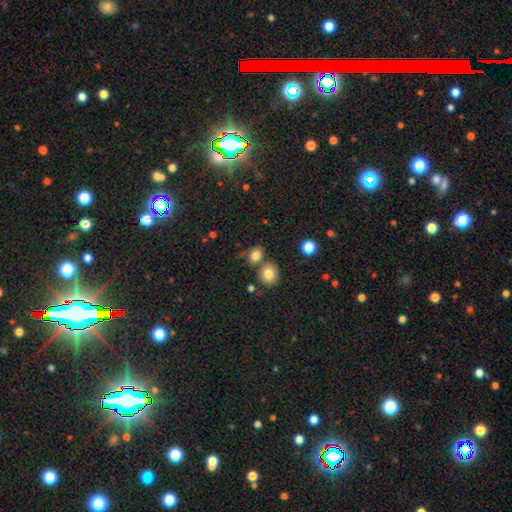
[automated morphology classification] Smooth or featured? Predicted: smooth (p=0.81). How rounded? Predicted: in between (p=0.52). Merging? Predicted: none (p=0.60).